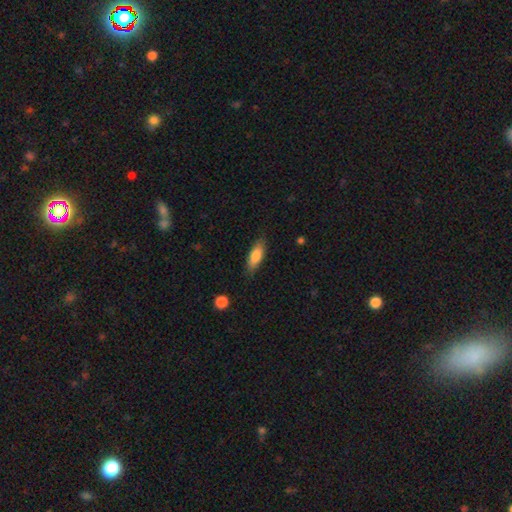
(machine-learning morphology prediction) smooth_or_featured: smooth (p=0.80) [alt: featured or disk p=0.14]
how_rounded: in between (p=0.62) [alt: cigar-shaped p=0.36]
merging: none (p=0.83) [alt: minor disturbance p=0.13]